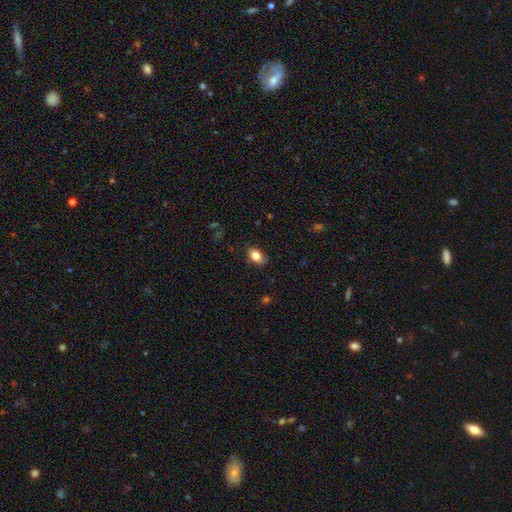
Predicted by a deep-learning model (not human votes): Smooth or featured?
  - smooth: 84% *
  - star or artifact: 9%
  - featured or disk: 7%
How rounded?
  - in between: 83% *
  - round: 16%
  - cigar-shaped: 1%
Merging?
  - none: 85% *
  - minor disturbance: 12%
  - major disturbance: 2%
  - merger: 1%